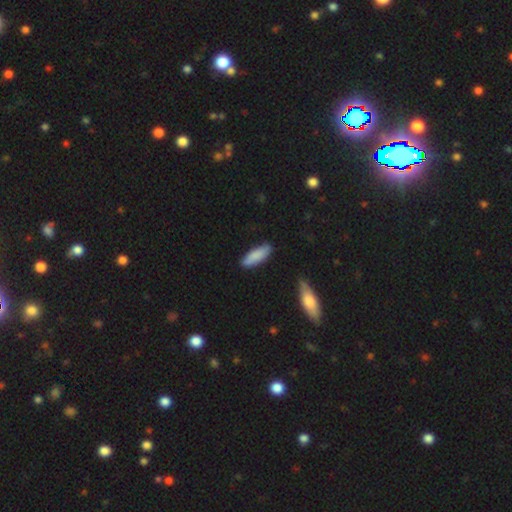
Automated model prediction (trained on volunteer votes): Overall: smooth (83%). How rounded: in between (51%; cigar-shaped 48%). Merging: none (80%).